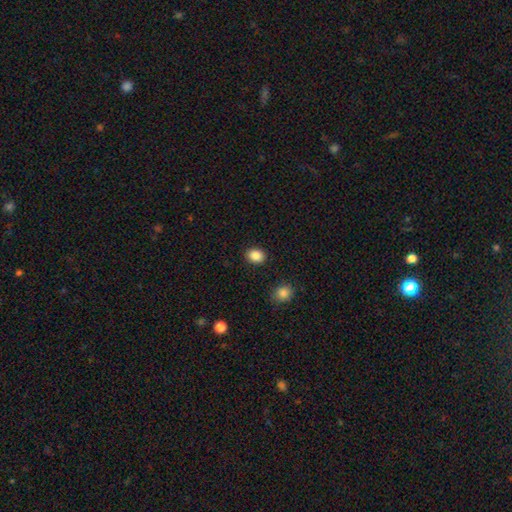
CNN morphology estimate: smooth 87%, star or artifact 9%, featured or disk 4%. Down the decision tree: how rounded — in between (55%); merging — none (89%).